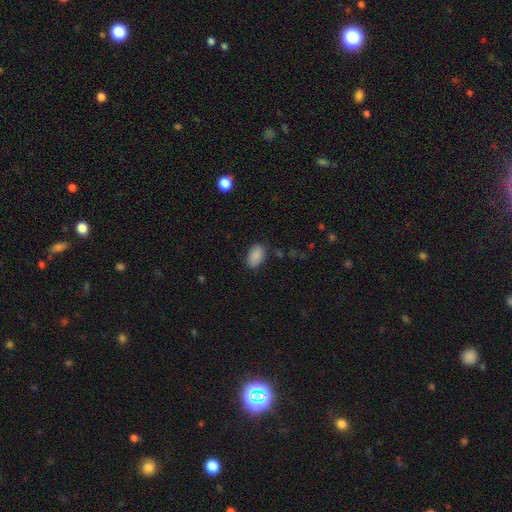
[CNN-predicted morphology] Q: Smooth or featured?
A: smooth (89%); runner-up: star or artifact (8%)
Q: How rounded?
A: in between (91%); runner-up: round (8%)
Q: Merging?
A: none (82%); runner-up: minor disturbance (13%)